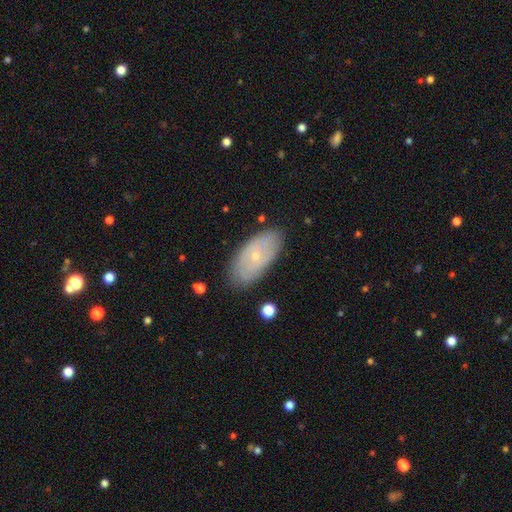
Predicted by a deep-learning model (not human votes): This is possibly a featured or disk galaxy (47%). Merging: clearly none (81%).